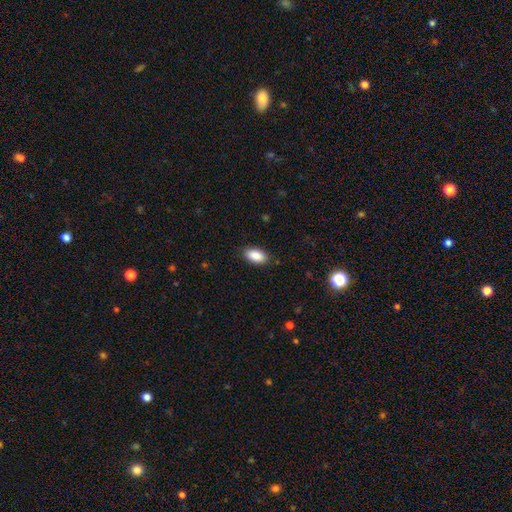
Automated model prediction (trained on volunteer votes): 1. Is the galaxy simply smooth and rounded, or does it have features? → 88% smooth, 7% star or artifact, 5% featured or disk.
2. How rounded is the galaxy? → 93% in between, 4% cigar-shaped, 3% round.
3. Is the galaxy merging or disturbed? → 87% none, 10% minor disturbance, 2% major disturbance, 1% merger.